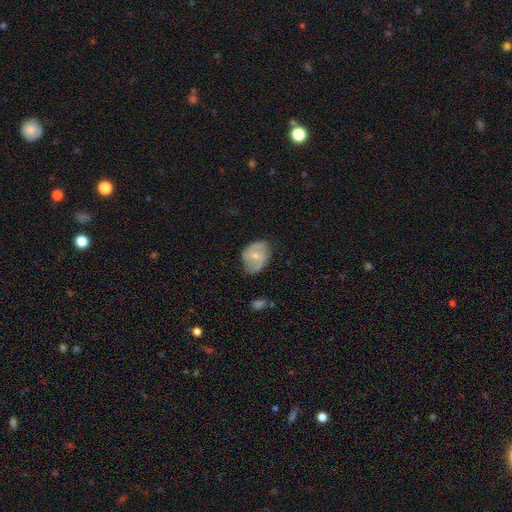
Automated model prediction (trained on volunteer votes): Smooth or featured? Predicted: featured or disk (p=0.53). Edge-on disk? Predicted: no (p=0.96). Bar? Predicted: no (p=0.51). Spiral arms? Predicted: yes (p=0.72). Bulge size? Predicted: moderate (p=0.51). Merging? Predicted: none (p=0.62).